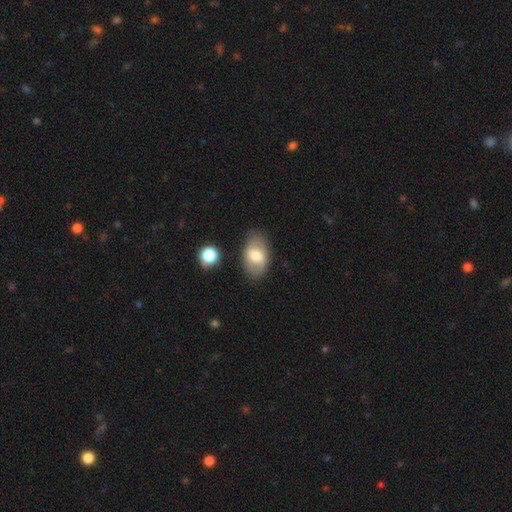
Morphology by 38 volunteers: Q: Smooth or featured?
A: smooth (68%); runner-up: featured or disk (29%)
Q: How rounded?
A: in between (92%); runner-up: round (8%)
Q: Merging?
A: none (89%); runner-up: minor disturbance (8%)